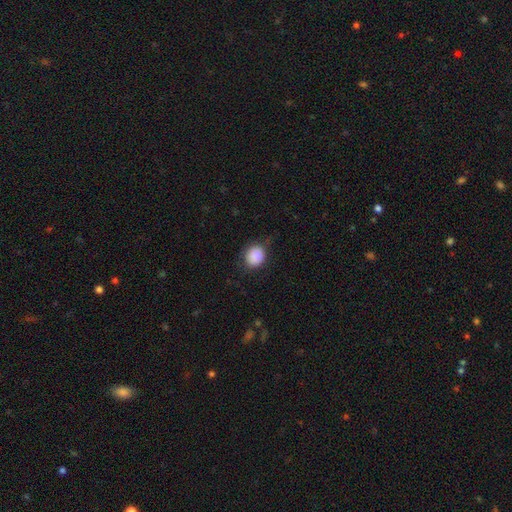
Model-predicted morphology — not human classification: smooth 86%, star or artifact 8%, featured or disk 6%. Down the decision tree: how rounded — round (69%); merging — none (72%).